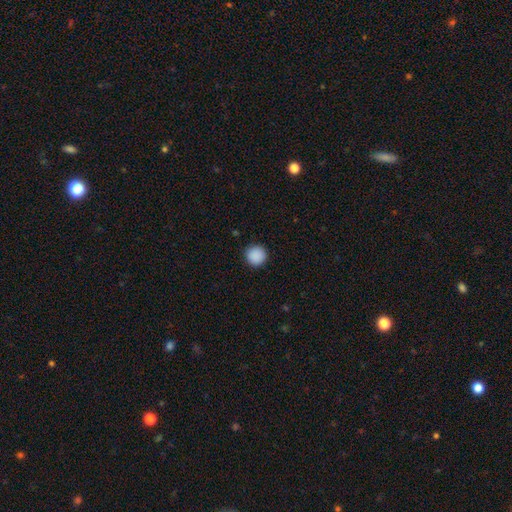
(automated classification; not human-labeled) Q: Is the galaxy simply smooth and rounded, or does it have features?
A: smooth — 90%.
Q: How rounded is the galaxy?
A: round — 96%.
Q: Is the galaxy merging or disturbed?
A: none — 92%.